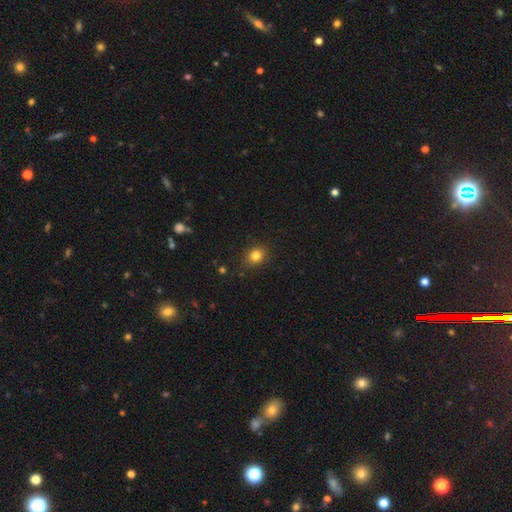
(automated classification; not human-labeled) This appears to be a smooth galaxy with no disk features (82%) that is round (57%). Merging: none (84%).